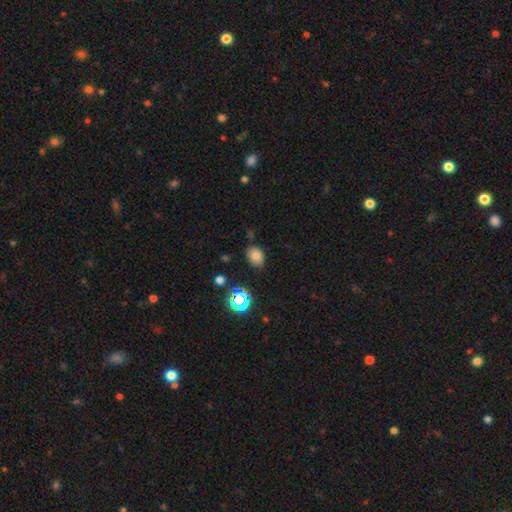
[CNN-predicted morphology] A smooth galaxy with no disk features (74%) that is in between round and cigar-shaped (63%). Merging: none (77%).